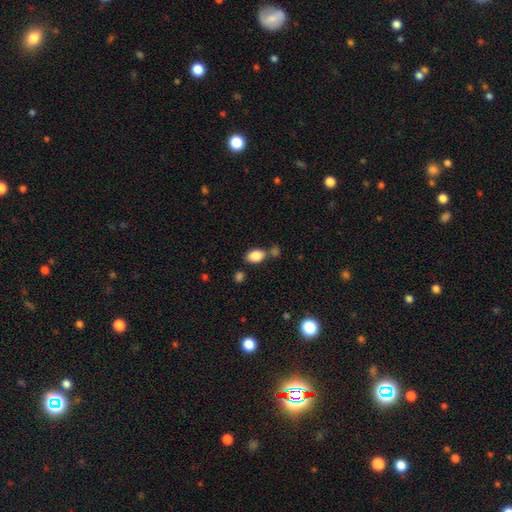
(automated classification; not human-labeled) Smooth or featured? smooth (86%)
How rounded? in between (90%)
Merging? none (66%)